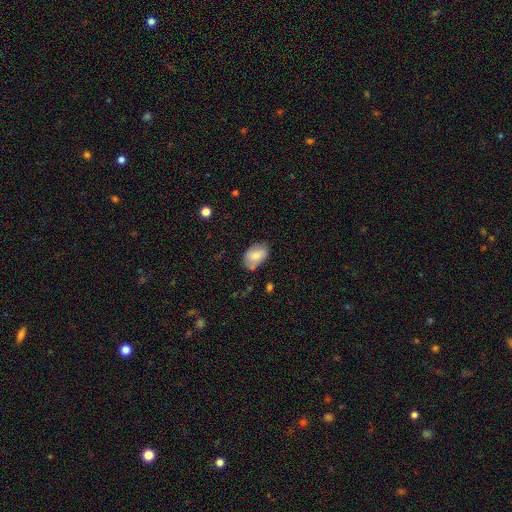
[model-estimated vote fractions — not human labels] smooth-or-featured: smooth: 72% | featured or disk: 21% | star or artifact: 7%
  how-rounded: in between: 88% | round: 11% | cigar-shaped: 1%
  merging: none: 66% | minor disturbance: 25% | major disturbance: 5% | merger: 4%